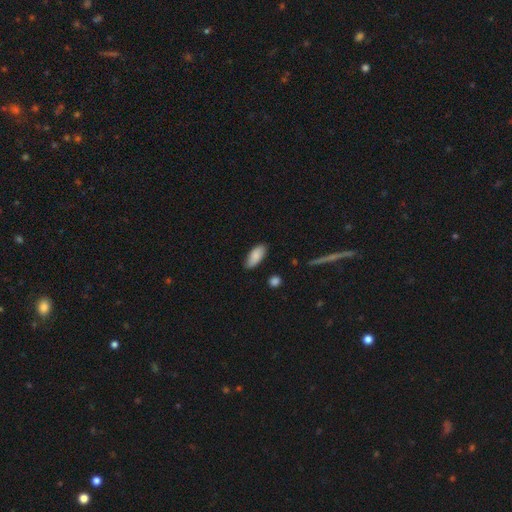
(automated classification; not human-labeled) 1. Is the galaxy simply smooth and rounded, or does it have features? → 87% smooth, 7% featured or disk, 6% star or artifact.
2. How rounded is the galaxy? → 86% in between, 12% cigar-shaped, 2% round.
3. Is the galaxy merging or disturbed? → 82% none, 14% minor disturbance, 2% major disturbance, 2% merger.